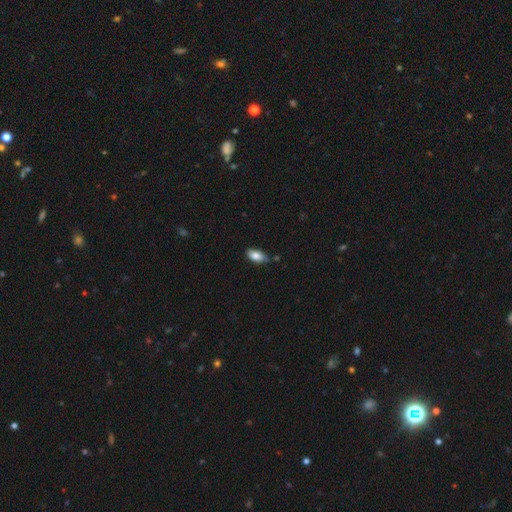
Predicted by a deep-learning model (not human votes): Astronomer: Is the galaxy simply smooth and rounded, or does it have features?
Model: smooth — 82%.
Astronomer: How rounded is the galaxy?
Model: in between — 90%.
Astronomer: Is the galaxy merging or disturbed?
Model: none — 74%.